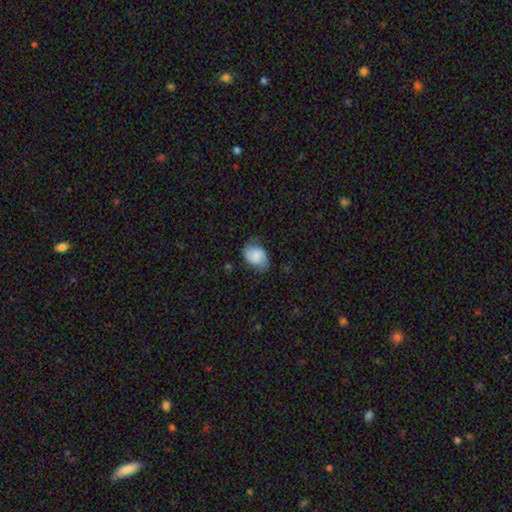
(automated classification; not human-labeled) A smooth galaxy with no disk features (59%) that is in between round and cigar-shaped (78%).

Vote fractions:
- Smooth or featured? smooth: 59% / featured or disk: 32% / star or artifact: 8%
- How rounded? in between: 78% / round: 21% / cigar-shaped: 1%
- Merging? none: 62% / minor disturbance: 27% / major disturbance: 9% / merger: 1%